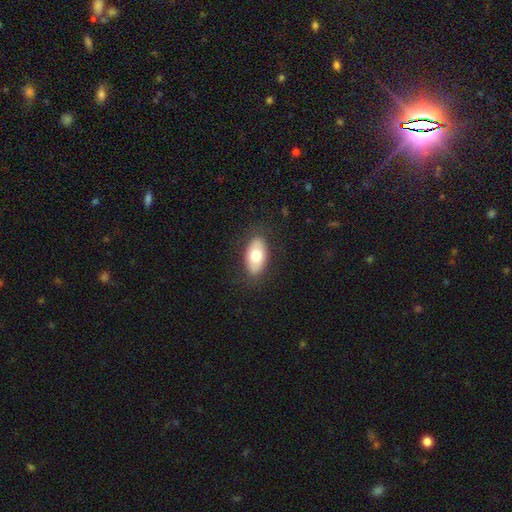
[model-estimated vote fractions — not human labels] A smooth galaxy with no disk features (72%) that is in between round and cigar-shaped (94%). Merging: none (84%).